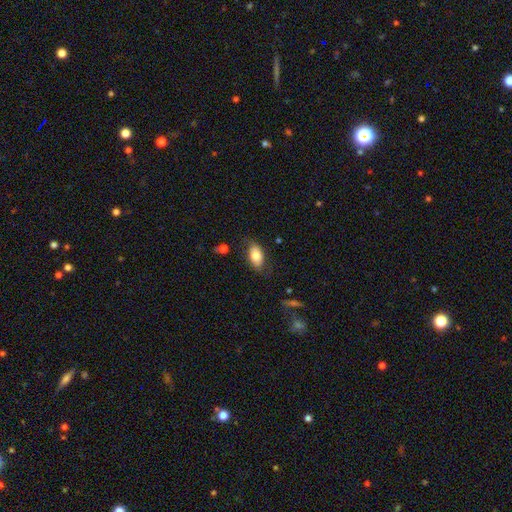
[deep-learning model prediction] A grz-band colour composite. It shows a smooth galaxy with no disk features (78%) that is in between round and cigar-shaped (92%). Merging: none (76%).